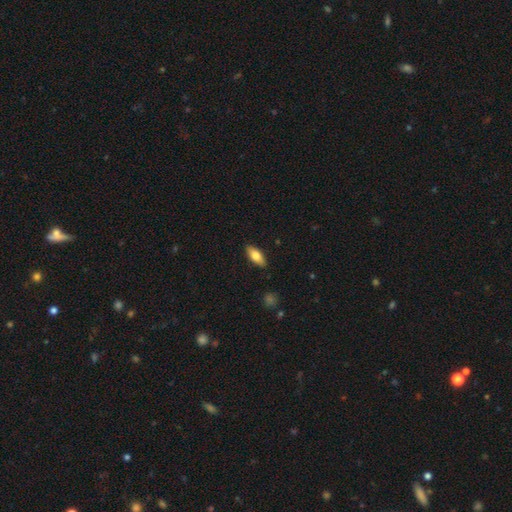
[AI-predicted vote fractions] smooth 74%, featured or disk 20%, star or artifact 6%. Down the decision tree: how rounded — in between (83%); merging — none (88%).